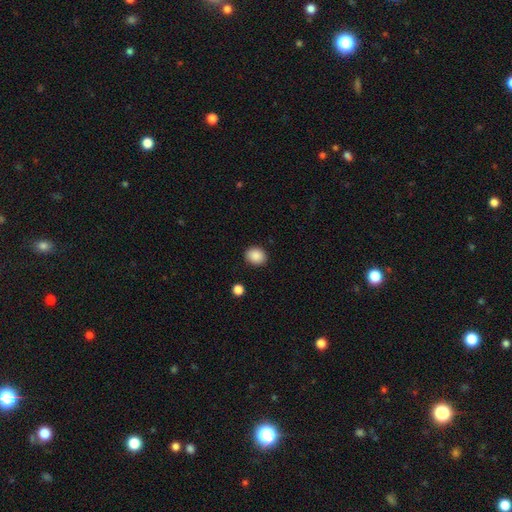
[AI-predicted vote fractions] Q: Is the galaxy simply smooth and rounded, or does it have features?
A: smooth — 89%.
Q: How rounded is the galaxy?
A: round — 62%.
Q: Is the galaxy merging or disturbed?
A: none — 89%.